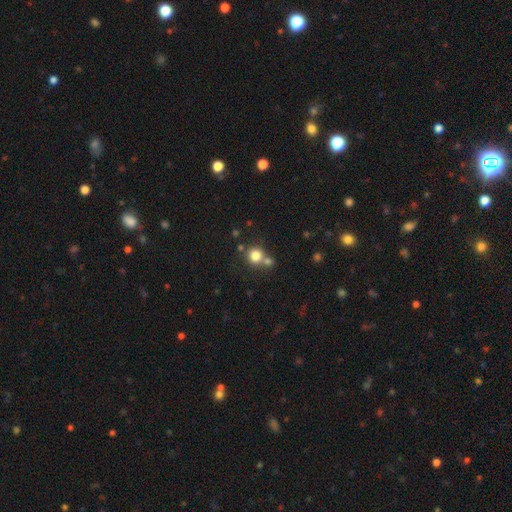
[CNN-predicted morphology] Smooth or featured: smooth — 80% (star or artifact — 13%)
How rounded: round — 89% (in between — 10%)
Merging: none — 60% (merger — 28%)